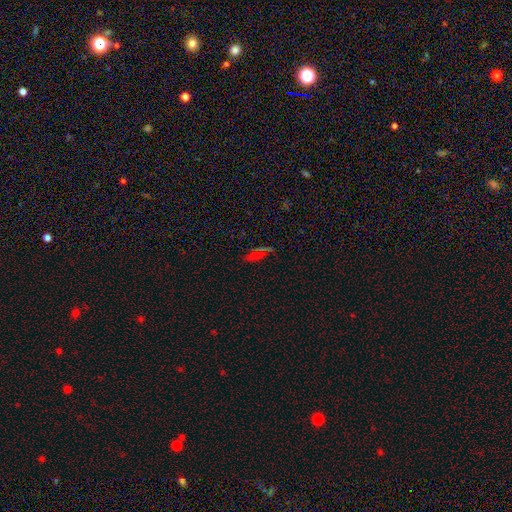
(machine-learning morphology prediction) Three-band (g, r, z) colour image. It shows a smooth galaxy with no disk features (49%). Merging: none (71%).